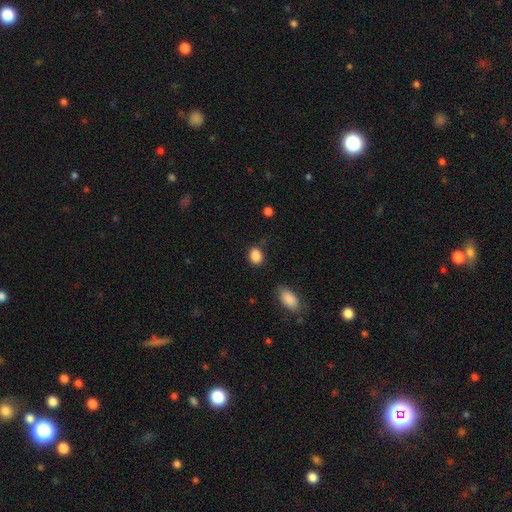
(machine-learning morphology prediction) Smooth or featured? Predicted: smooth (p=0.88). How rounded? Predicted: in between (p=0.61). Merging? Predicted: none (p=0.79).